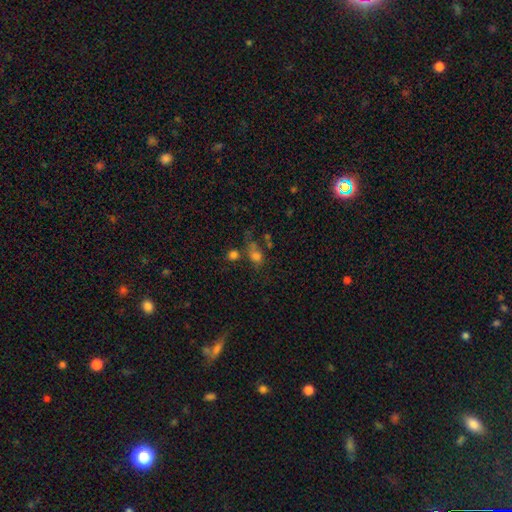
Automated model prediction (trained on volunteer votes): The model was most divided on "how rounded": in between: 49%, round: 48%, cigar-shaped: 3%. Remaining: smooth or featured — smooth (67%); merging — none (39%).